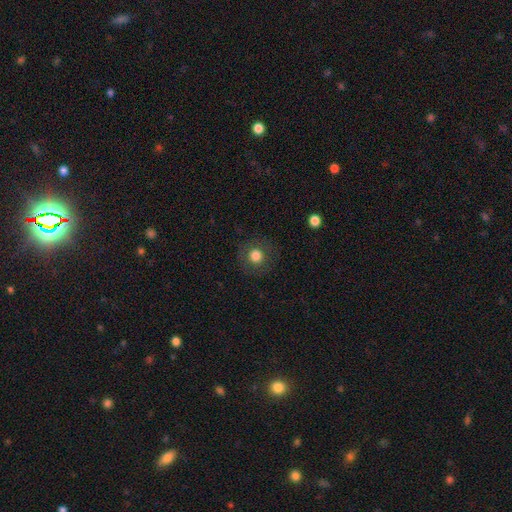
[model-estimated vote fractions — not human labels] A smooth galaxy with no disk features (77%) that is round (93%). Merging: none (87%).